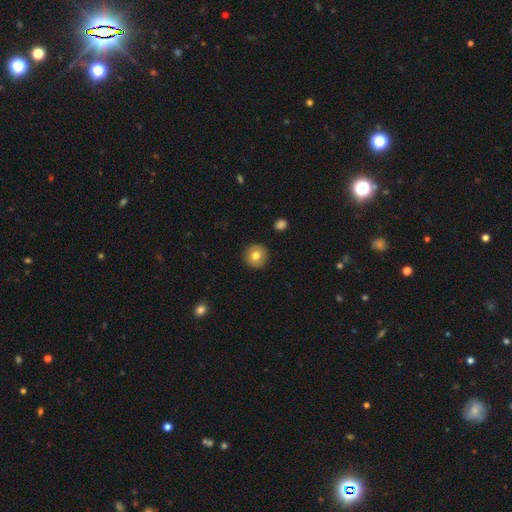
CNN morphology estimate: smooth 80%, featured or disk 12%, star or artifact 9%. Down the decision tree: how rounded — round (95%); merging — none (92%).